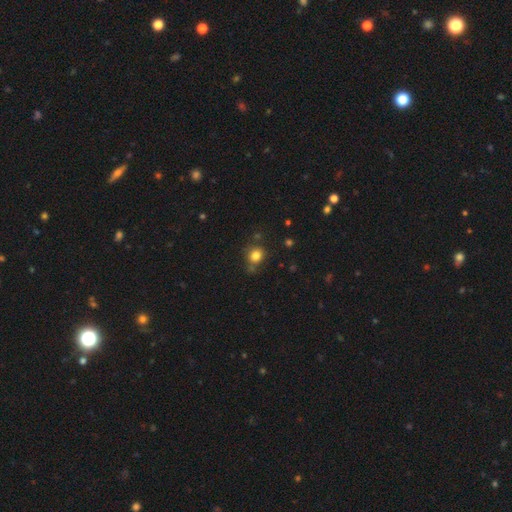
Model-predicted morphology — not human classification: smooth 80%, star or artifact 13%, featured or disk 7%. Down the decision tree: how rounded — round (78%); merging — none (70%).